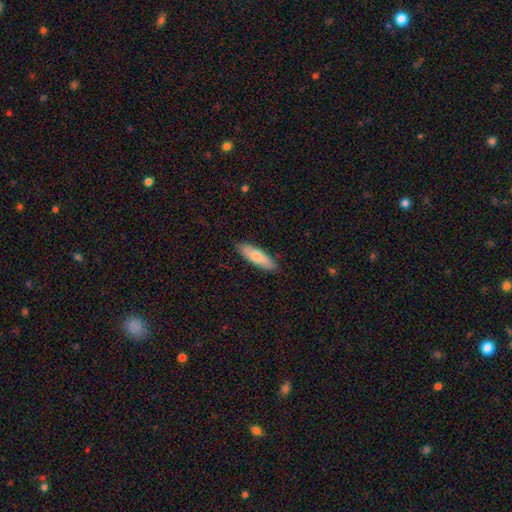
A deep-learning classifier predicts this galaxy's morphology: This appears to be a smooth galaxy with no disk features (72%) that is cigar-shaped (60%). Merging: none (88%).